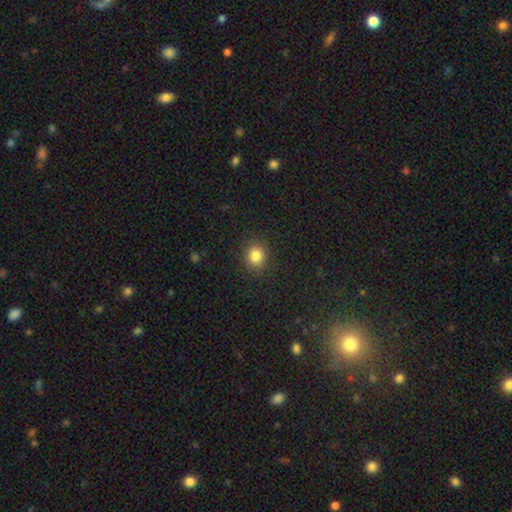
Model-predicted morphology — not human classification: smooth_or_featured: smooth (p=0.84) [alt: star or artifact p=0.11]
how_rounded: round (p=0.80) [alt: in between p=0.20]
merging: none (p=0.89) [alt: minor disturbance p=0.07]